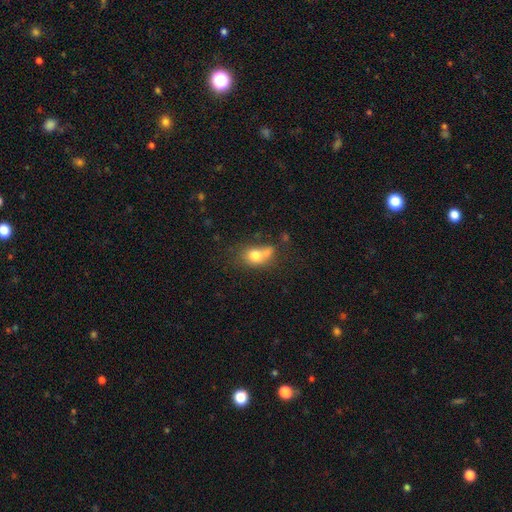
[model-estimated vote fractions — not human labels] A smooth galaxy with no disk features (74%) that is in between round and cigar-shaped (56%). Merging: merger (38%).